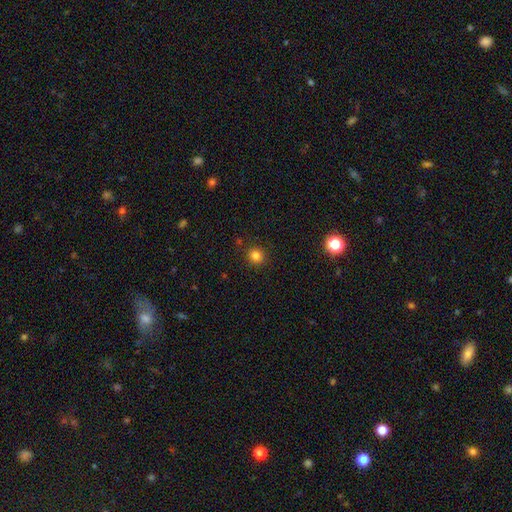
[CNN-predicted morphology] Smooth or featured? Predicted: smooth (p=0.81). How rounded? Predicted: round (p=0.89). Merging? Predicted: none (p=0.89).